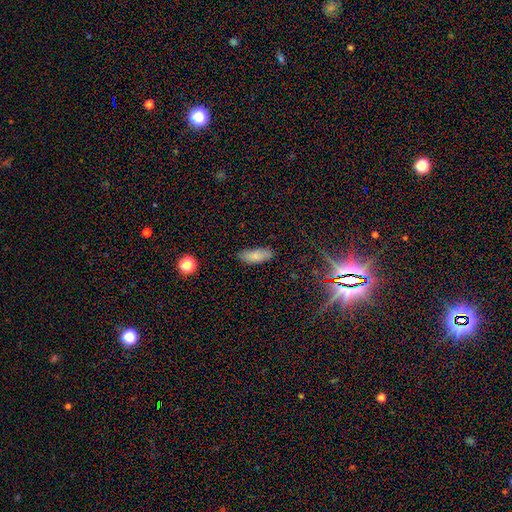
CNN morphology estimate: A smooth galaxy with no disk features (81%) that is in between round and cigar-shaped (76%).

Vote fractions:
- Smooth or featured? smooth: 81% / featured or disk: 10% / star or artifact: 9%
- How rounded? in between: 76% / cigar-shaped: 22% / round: 2%
- Merging? none: 82% / minor disturbance: 14% / major disturbance: 3% / merger: 1%